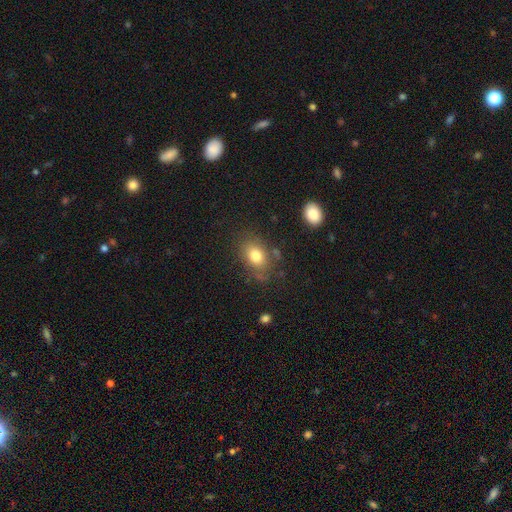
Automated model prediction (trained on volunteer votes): Smooth or featured: smooth — 79% (featured or disk — 11%)
How rounded: in between — 73% (round — 26%)
Merging: none — 72% (minor disturbance — 18%)